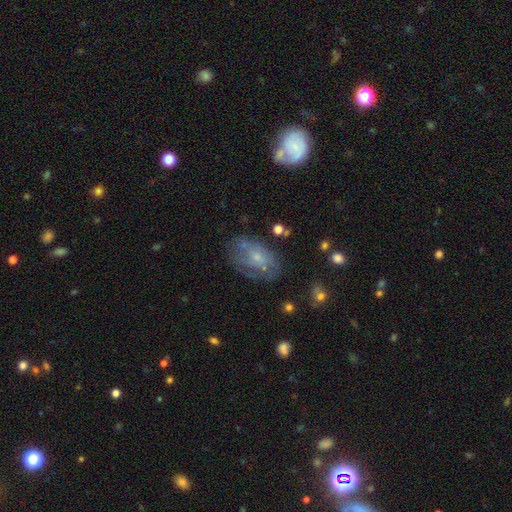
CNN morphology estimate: Smooth or featured: featured or disk — 54% (smooth — 35%)
Edge-on disk: no — 95% (yes — 5%)
Bar: no — 77% (weak — 20%)
Spiral arms: yes — 60% (no — 40%)
Bulge size: small — 69% (moderate — 21%)
Merging: none — 60% (minor disturbance — 23%)